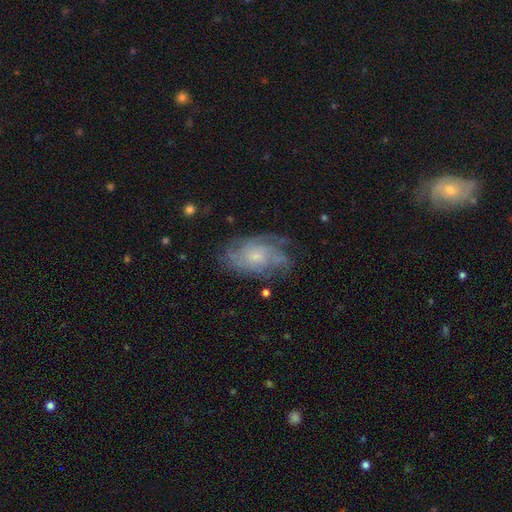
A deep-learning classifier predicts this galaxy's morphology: Smooth or featured: featured or disk — 74% (smooth — 17%)
Edge-on disk: no — 96% (yes — 4%)
Bar: no — 75% (weak — 22%)
Spiral arms: yes — 91% (no — 9%)
Spiral winding: tight — 51% (medium — 36%)
Spiral arm count: can't tell — 41% (4 — 17%)
Bulge size: small — 55% (moderate — 34%)
Merging: none — 68% (minor disturbance — 20%)